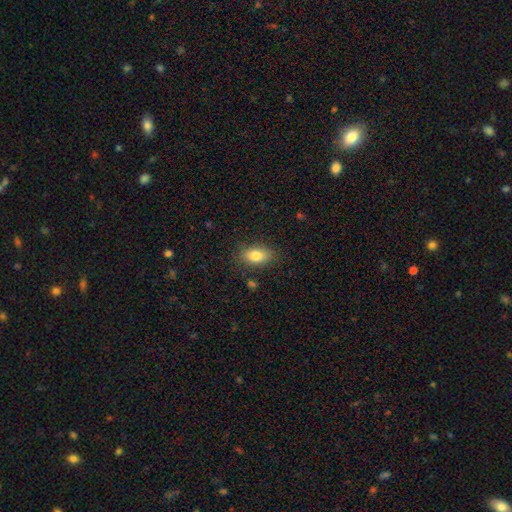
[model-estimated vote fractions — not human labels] The model was most divided on "smooth or featured": smooth: 81%, featured or disk: 11%, star or artifact: 8%. More confident: how rounded — in between (88%); merging — none (83%).